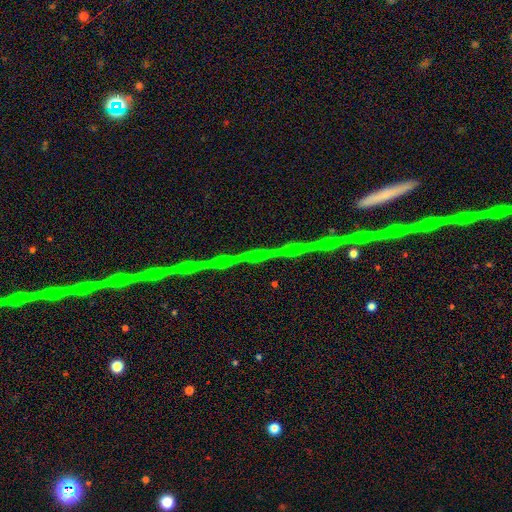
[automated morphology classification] Smooth or featured?
  - star or artifact: 71% *
  - featured or disk: 21%
  - smooth: 8%